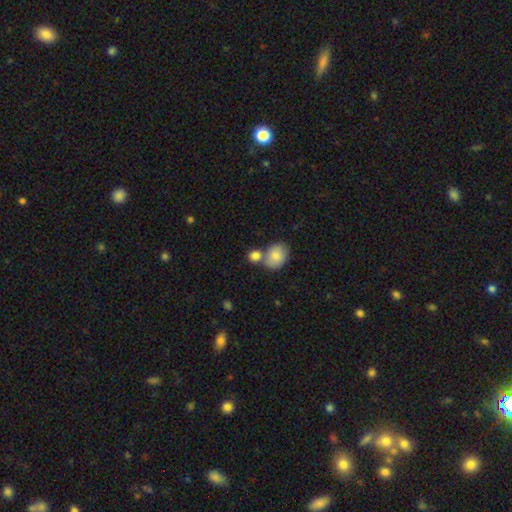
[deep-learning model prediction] Morphology: type=smooth (83%); roundness=round (62%); merging=none (45%).